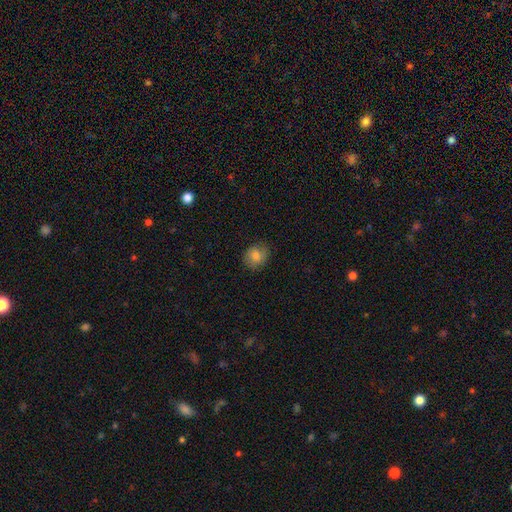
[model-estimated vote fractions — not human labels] Smooth or featured? Predicted: smooth (p=0.81). How rounded? Predicted: round (p=0.68). Merging? Predicted: none (p=0.81).